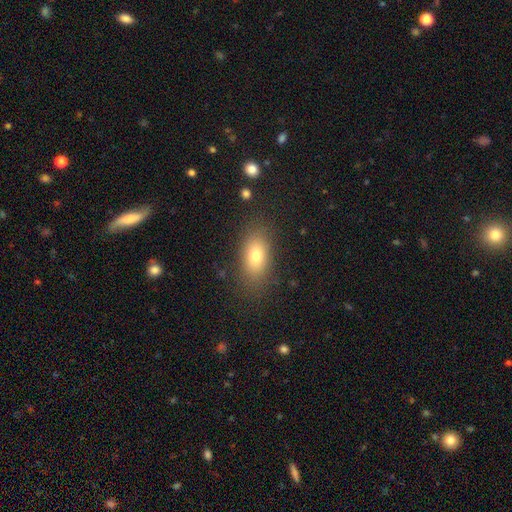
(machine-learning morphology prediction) Smooth or featured?
  - smooth: 76% *
  - featured or disk: 14%
  - star or artifact: 10%
How rounded?
  - in between: 86% *
  - round: 9%
  - cigar-shaped: 6%
Merging?
  - none: 82% *
  - minor disturbance: 12%
  - major disturbance: 5%
  - merger: 1%